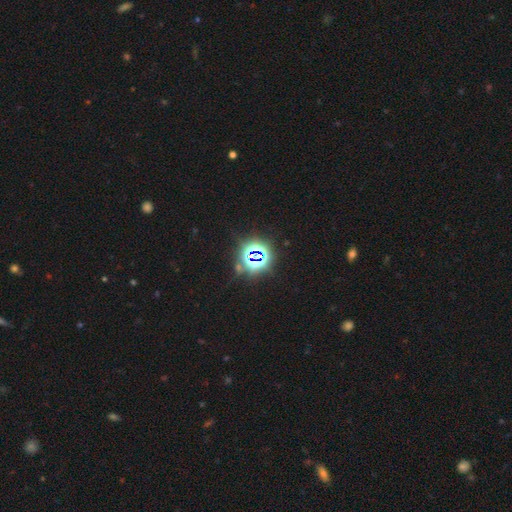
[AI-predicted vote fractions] Smooth or featured?
  - star or artifact: 80% *
  - smooth: 12%
  - featured or disk: 7%